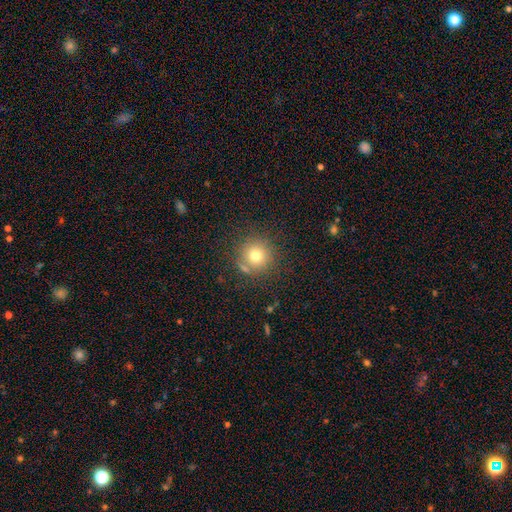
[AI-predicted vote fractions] This appears to be a smooth galaxy with no disk features (74%) that is round (94%). Merging: none (80%).